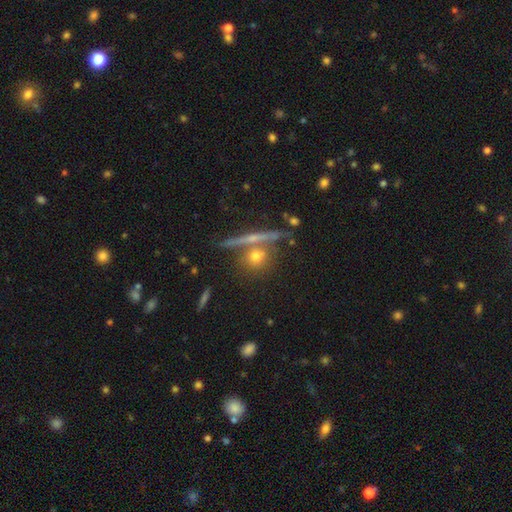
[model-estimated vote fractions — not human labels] Overall: featured or disk (47%; smooth 34%). Merging: none (74%).